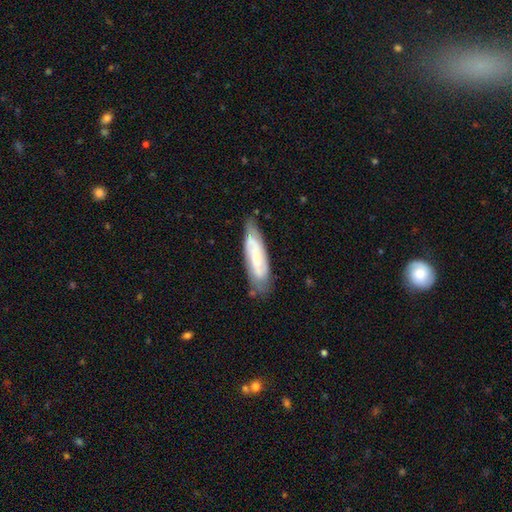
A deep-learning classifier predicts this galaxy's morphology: smooth-or-featured: featured or disk: 48% | smooth: 45% | star or artifact: 8%
  merging: none: 71% | minor disturbance: 22% | major disturbance: 5% | merger: 2%